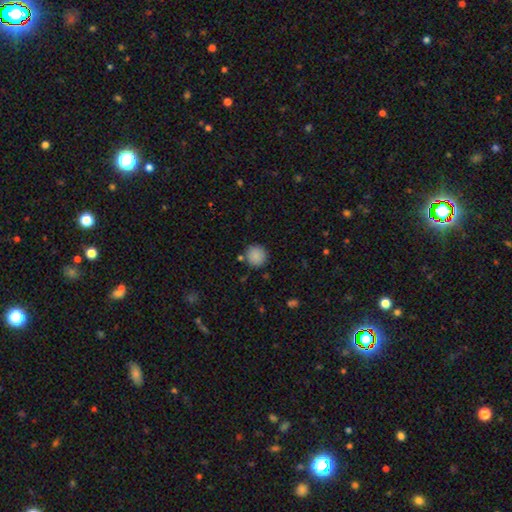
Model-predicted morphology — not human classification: Smooth or featured? Predicted: smooth (p=0.87). How rounded? Predicted: round (p=0.94). Merging? Predicted: none (p=0.84).